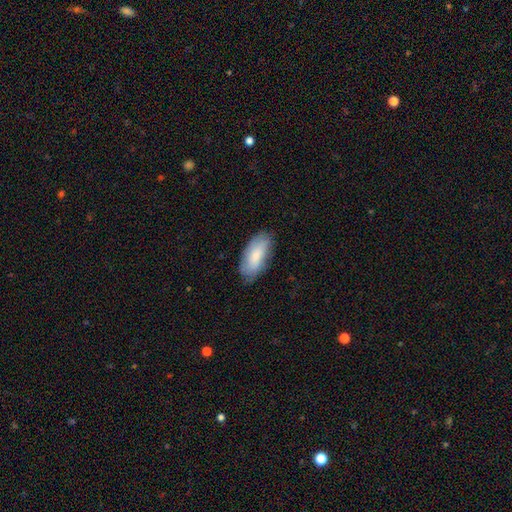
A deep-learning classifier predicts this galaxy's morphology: Smooth or featured: smooth — 76% (featured or disk — 18%)
How rounded: in between — 87% (cigar-shaped — 11%)
Merging: none — 78% (minor disturbance — 17%)